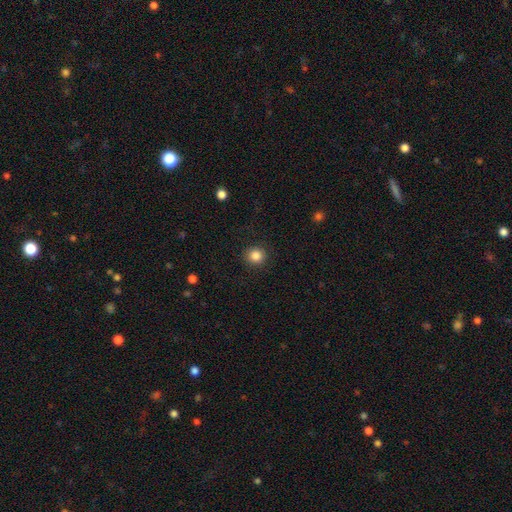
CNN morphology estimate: A smooth galaxy with no disk features (86%) that is round (90%).

Vote fractions:
- Smooth or featured? smooth: 86% / star or artifact: 10% / featured or disk: 4%
- How rounded? round: 90% / in between: 9% / cigar-shaped: 1%
- Merging? none: 91% / minor disturbance: 6% / major disturbance: 2% / merger: 1%